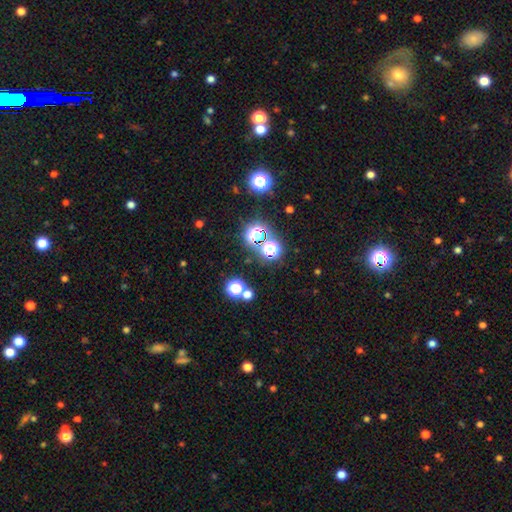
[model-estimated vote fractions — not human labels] smooth-or-featured: star or artifact: 68% | smooth: 24% | featured or disk: 8%